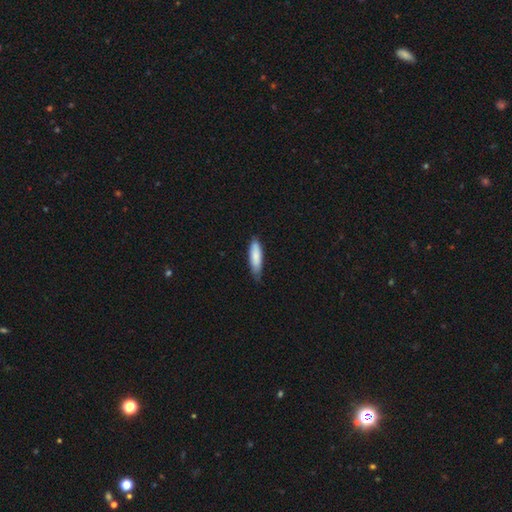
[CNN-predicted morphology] Smooth or featured? Predicted: smooth (p=0.84). How rounded? Predicted: cigar-shaped (p=0.62). Merging? Predicted: none (p=0.69).